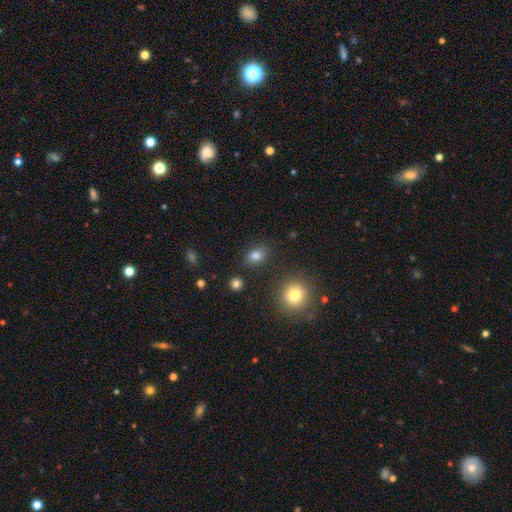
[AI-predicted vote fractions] smooth 83%, star or artifact 11%, featured or disk 6%. Down the decision tree: how rounded — in between (70%); merging — none (83%).